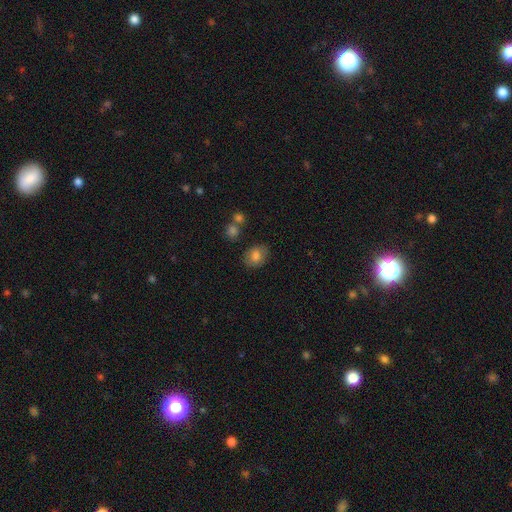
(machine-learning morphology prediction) Q: Smooth or featured?
A: smooth (77%); runner-up: featured or disk (14%)
Q: How rounded?
A: in between (62%); runner-up: round (37%)
Q: Merging?
A: none (76%); runner-up: minor disturbance (15%)